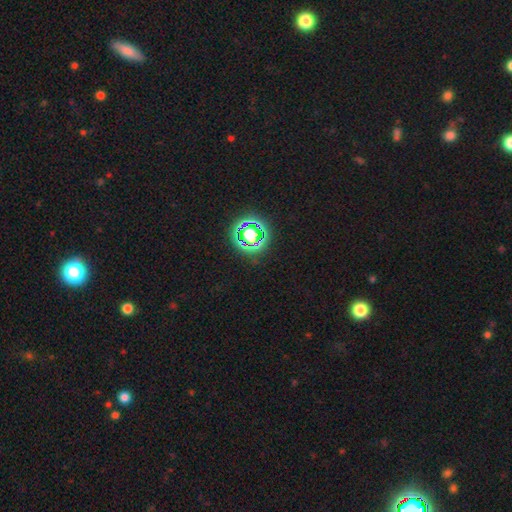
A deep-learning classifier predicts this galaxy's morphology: smooth_or_featured: star or artifact (p=0.79) [alt: smooth p=0.14]